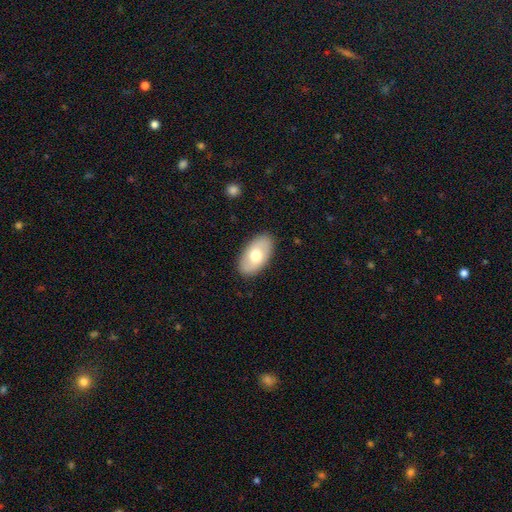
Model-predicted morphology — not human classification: smooth-or-featured: smooth: 66% | featured or disk: 28% | star or artifact: 6%
  how-rounded: in between: 94% | round: 4% | cigar-shaped: 2%
  merging: none: 87% | minor disturbance: 9% | major disturbance: 2% | merger: 1%